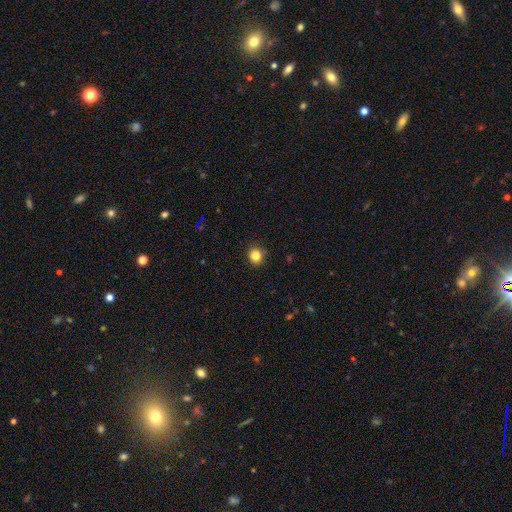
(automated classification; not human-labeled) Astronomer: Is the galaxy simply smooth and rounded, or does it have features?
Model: smooth — 84%.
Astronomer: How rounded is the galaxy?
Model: round — 81%.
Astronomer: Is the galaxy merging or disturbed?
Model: none — 88%.